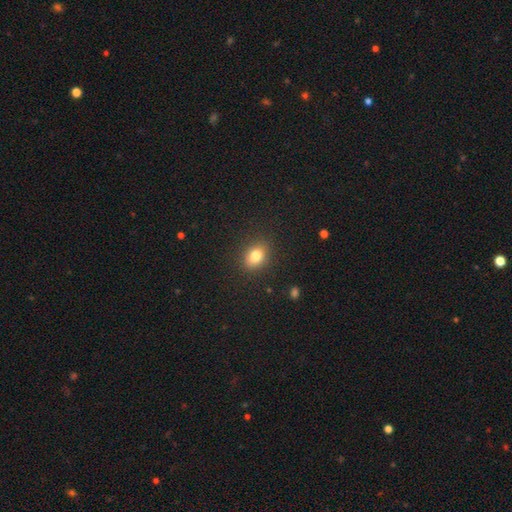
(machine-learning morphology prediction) Overall: smooth (81%). How rounded: in between (58%; round 40%). Merging: none (87%).